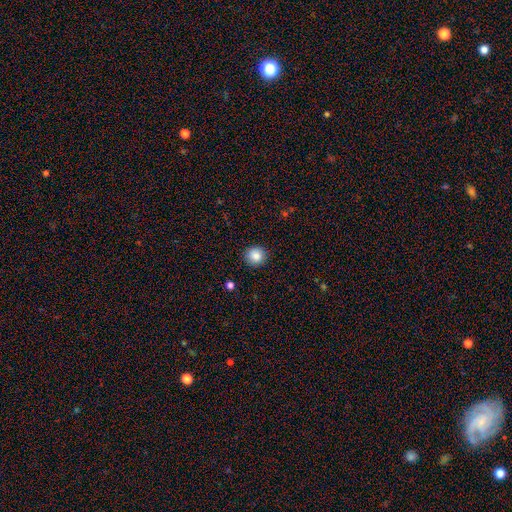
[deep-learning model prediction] This appears to be a smooth galaxy with no disk features (86%) that is round (92%). Merging: none (91%).